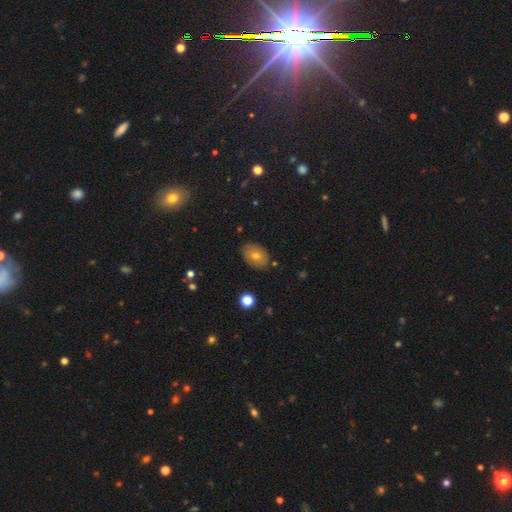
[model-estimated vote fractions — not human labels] smooth-or-featured: smooth: 67% | featured or disk: 19% | star or artifact: 14%
  how-rounded: in between: 84% | round: 15% | cigar-shaped: 1%
  merging: none: 86% | minor disturbance: 11% | major disturbance: 2% | merger: 1%